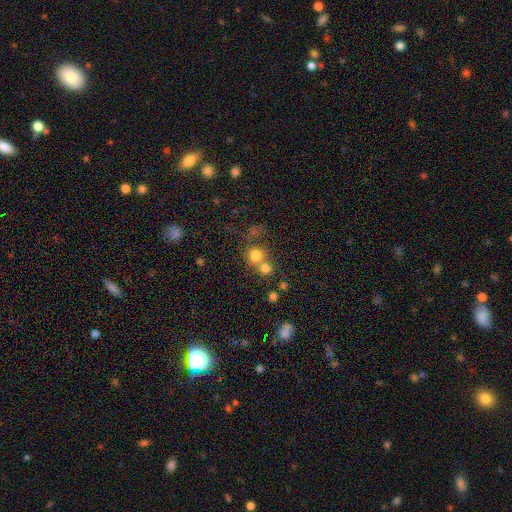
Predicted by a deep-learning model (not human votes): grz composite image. It shows a smooth galaxy with no disk features (74%) that is round (86%). Merging: merger (45%).